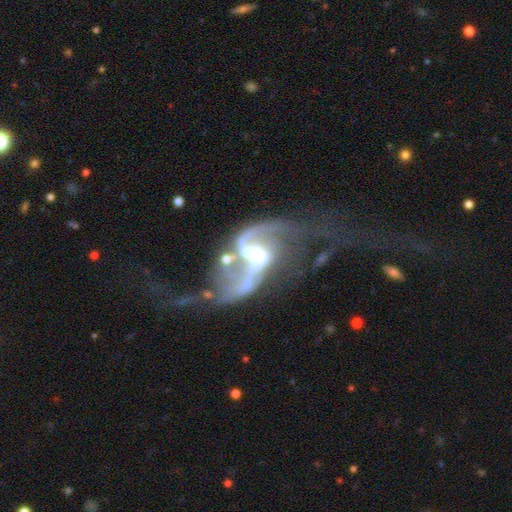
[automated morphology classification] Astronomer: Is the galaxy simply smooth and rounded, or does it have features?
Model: featured or disk — 85%.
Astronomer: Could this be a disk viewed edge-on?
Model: no — 98%.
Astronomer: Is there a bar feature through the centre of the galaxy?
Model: no — 39% (runner-up: weak, 38%).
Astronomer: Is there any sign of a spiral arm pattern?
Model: yes — 88%.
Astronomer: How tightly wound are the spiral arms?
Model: loose — 71%.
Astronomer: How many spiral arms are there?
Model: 2 — 71%.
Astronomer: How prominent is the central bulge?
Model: moderate — 46% (runner-up: small, 26%).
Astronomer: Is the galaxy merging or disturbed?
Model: major disturbance — 37% (runner-up: merger, 30%).